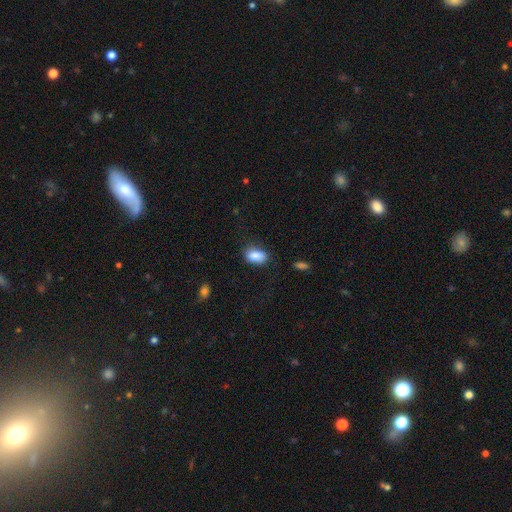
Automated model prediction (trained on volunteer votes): Overall: smooth (86%). How rounded: in between (88%). Merging: none (73%).